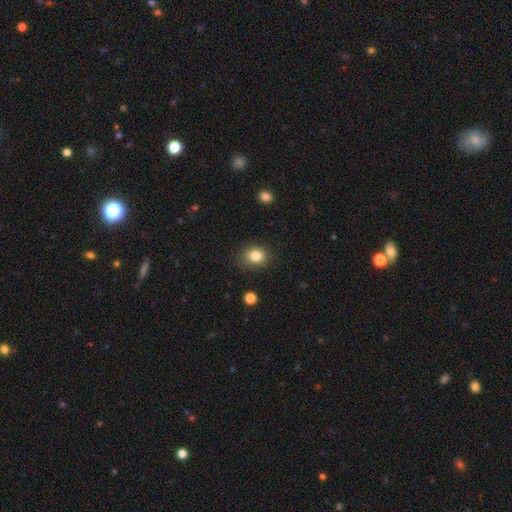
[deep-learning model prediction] Morphology: type=smooth (83%); roundness=round (53%); merging=none (80%).